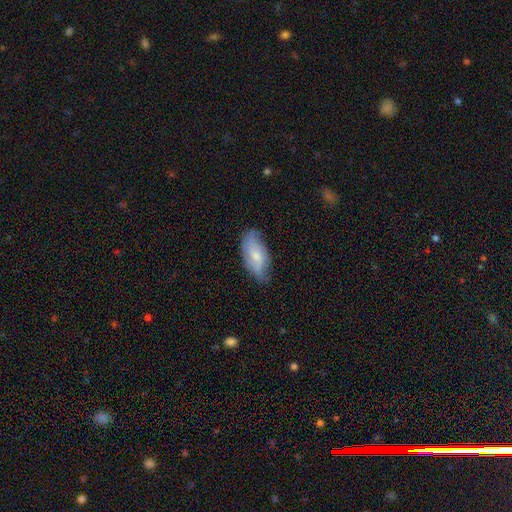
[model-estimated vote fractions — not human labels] smooth 57%, featured or disk 37%, star or artifact 7%. Down the decision tree: how rounded — in between (89%); merging — none (66%).